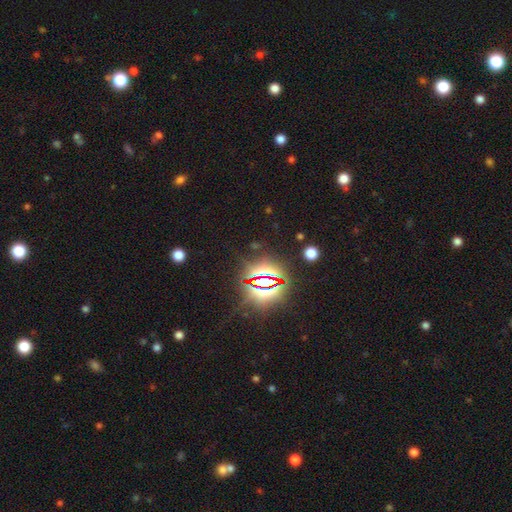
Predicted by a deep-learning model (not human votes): smooth-or-featured: star or artifact: 83% | smooth: 10% | featured or disk: 6%